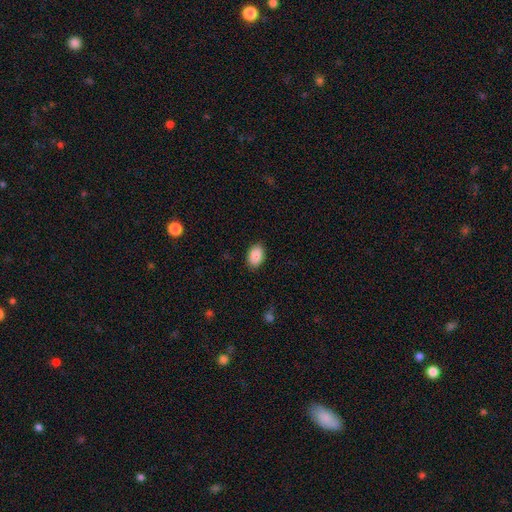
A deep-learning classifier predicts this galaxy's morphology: type=smooth (89%); roundness=in between (86%); merging=none (87%).